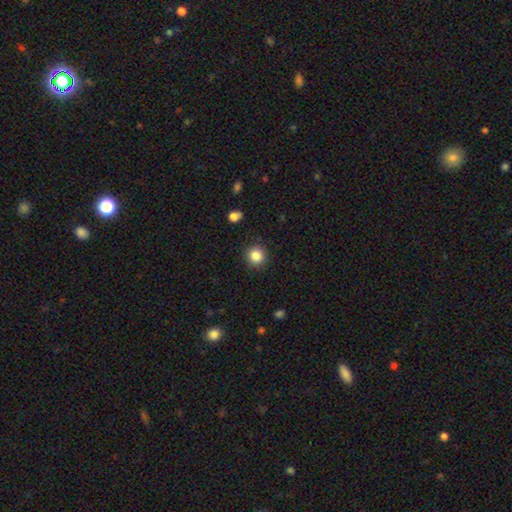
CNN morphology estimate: A smooth galaxy with no disk features (85%) that is round (93%). Merging: none (91%).